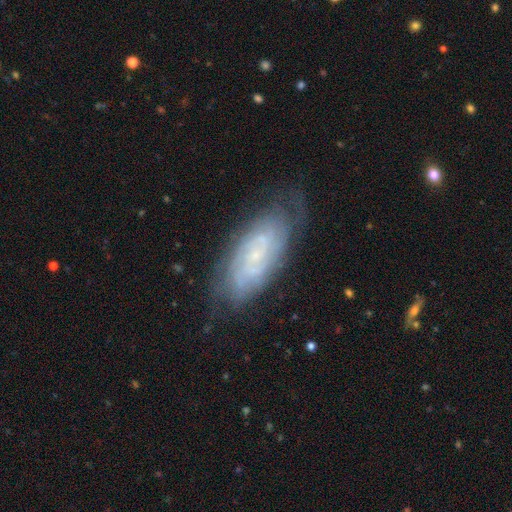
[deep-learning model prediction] The model was most divided on "bar": no: 60%, weak: 32%, strong: 8%. More confident: edge-on disk — no (90%); spiral arms — yes (90%); bulge size — small (79%); smooth or featured — featured or disk (74%); merging — none (72%); spiral winding — tight (69%); spiral arm count — can't tell (52%).